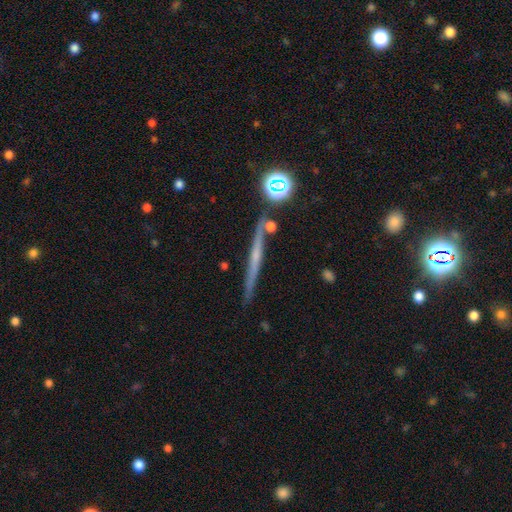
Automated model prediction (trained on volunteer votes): A featured or disk galaxy (61%) viewed edge-on (97%) with no central bulge (65%).

Vote fractions:
- Smooth or featured? featured or disk: 61% / smooth: 28% / star or artifact: 12%
- Edge-on disk? yes: 97% / no: 3%
- Edge-on bulge? none: 65% / rounded: 28% / boxy: 7%
- Merging? none: 85% / minor disturbance: 9% / merger: 3% / major disturbance: 2%